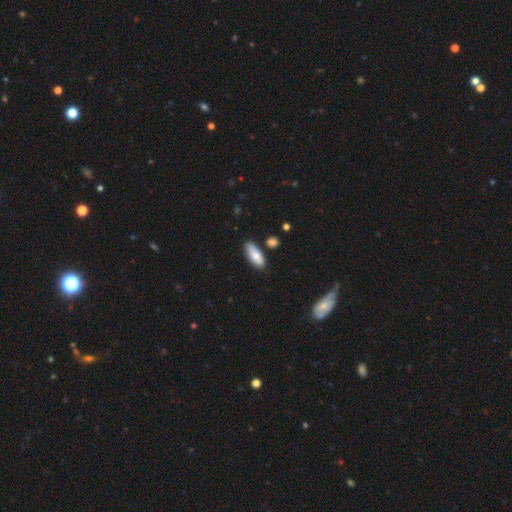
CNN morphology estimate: smooth_or_featured: smooth (p=0.79) [alt: featured or disk p=0.15]
how_rounded: in between (p=0.80) [alt: cigar-shaped p=0.18]
merging: none (p=0.78) [alt: minor disturbance p=0.15]